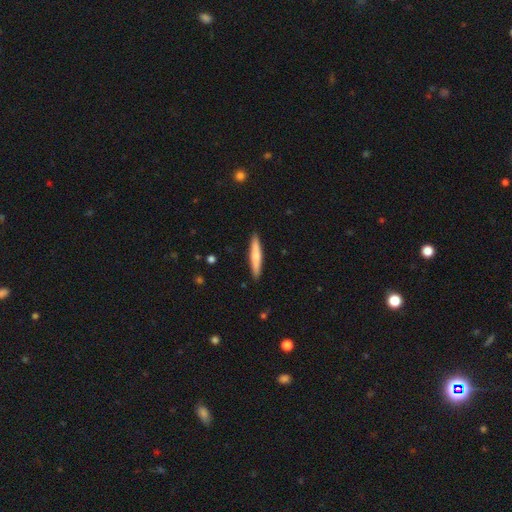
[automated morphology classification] A smooth galaxy with no disk features (68%) that is cigar-shaped (92%).

Vote fractions:
- Smooth or featured? smooth: 68% / featured or disk: 27% / star or artifact: 5%
- How rounded? cigar-shaped: 92% / in between: 6% / round: 1%
- Merging? none: 91% / minor disturbance: 7% / major disturbance: 1% / merger: 1%